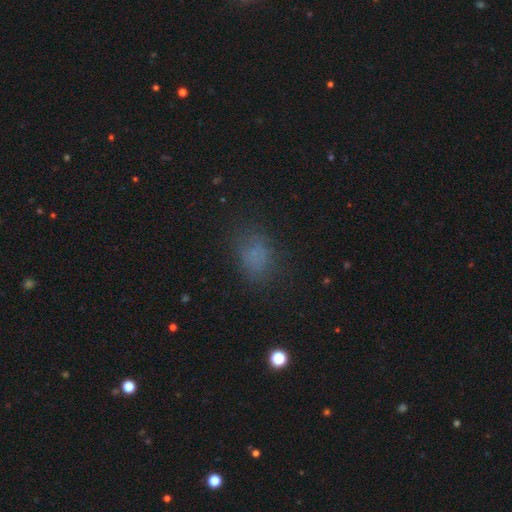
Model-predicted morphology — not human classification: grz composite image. It shows a smooth galaxy with no disk features (71%) that is in between round and cigar-shaped (70%). Merging: none (71%).